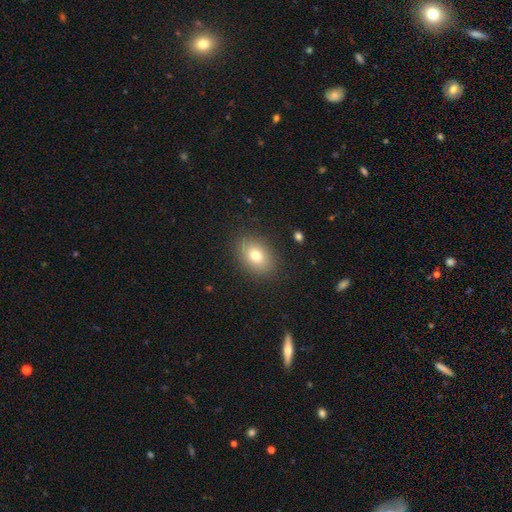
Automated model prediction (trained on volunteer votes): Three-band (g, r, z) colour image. It shows a smooth galaxy with no disk features (76%) that is in between round and cigar-shaped (75%). Merging: none (87%).